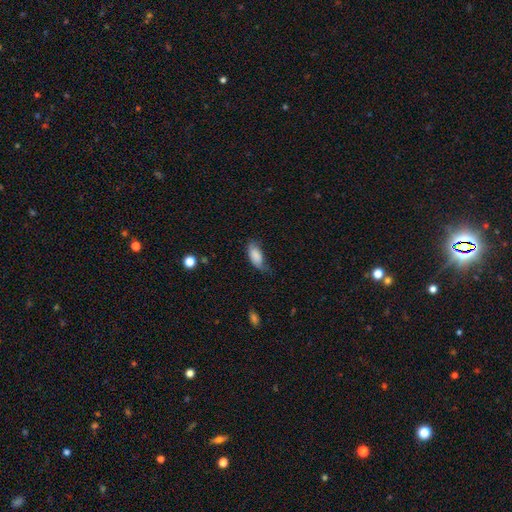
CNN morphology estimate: A smooth galaxy with no disk features (83%) that is in between round and cigar-shaped (89%).

Vote fractions:
- Smooth or featured? smooth: 83% / featured or disk: 10% / star or artifact: 7%
- How rounded? in between: 89% / cigar-shaped: 9% / round: 2%
- Merging? none: 48% / minor disturbance: 38% / major disturbance: 12% / merger: 2%